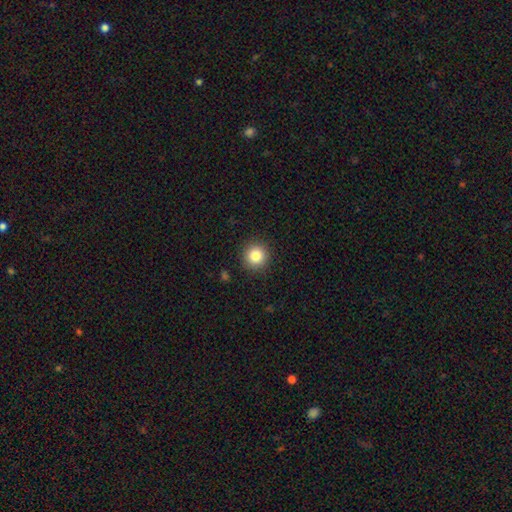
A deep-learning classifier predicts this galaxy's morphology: Smooth or featured?
  - smooth: 83% *
  - star or artifact: 11%
  - featured or disk: 6%
How rounded?
  - round: 94% *
  - in between: 5%
  - cigar-shaped: 1%
Merging?
  - none: 91% *
  - minor disturbance: 6%
  - major disturbance: 2%
  - merger: 1%